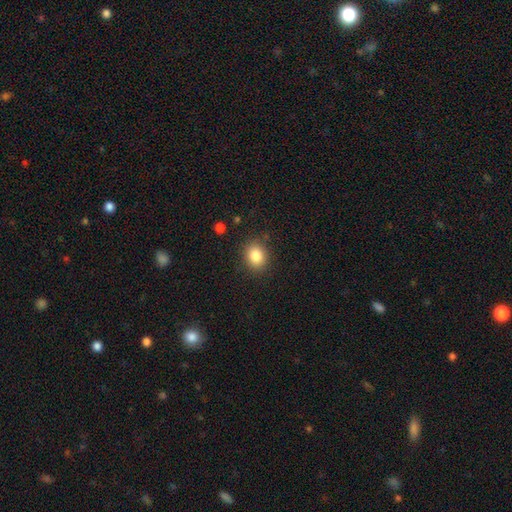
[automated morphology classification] type=smooth (84%); roundness=round (62%); merging=none (86%).